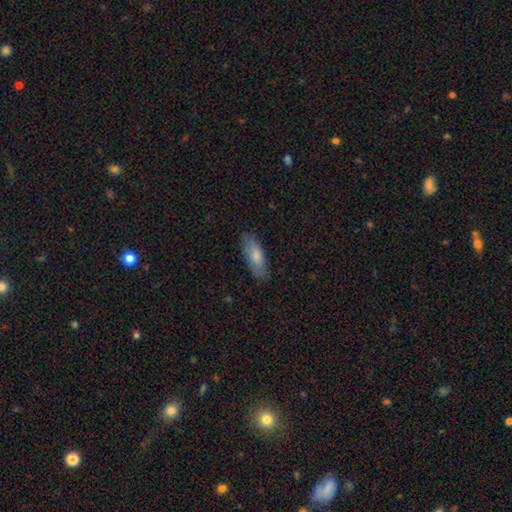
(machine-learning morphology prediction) Smooth or featured: smooth — 79% (featured or disk — 15%)
How rounded: in between — 71% (cigar-shaped — 27%)
Merging: none — 81% (minor disturbance — 15%)